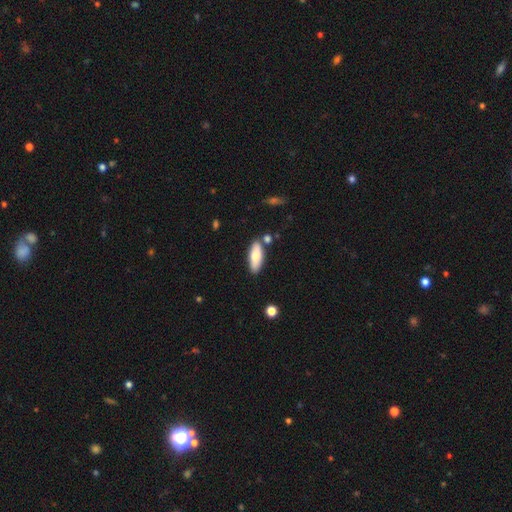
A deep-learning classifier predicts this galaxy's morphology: Smooth or featured?
  - smooth: 77% *
  - featured or disk: 17%
  - star or artifact: 6%
How rounded?
  - in between: 68% *
  - cigar-shaped: 30%
  - round: 2%
Merging?
  - none: 79% *
  - minor disturbance: 12%
  - merger: 6%
  - major disturbance: 3%